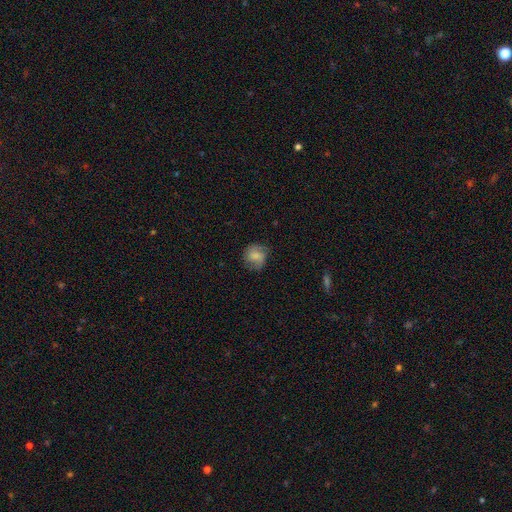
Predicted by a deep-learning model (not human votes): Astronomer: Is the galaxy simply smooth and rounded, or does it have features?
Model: smooth — 66%.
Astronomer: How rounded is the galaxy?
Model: round — 77%.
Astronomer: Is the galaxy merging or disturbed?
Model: none — 66%.